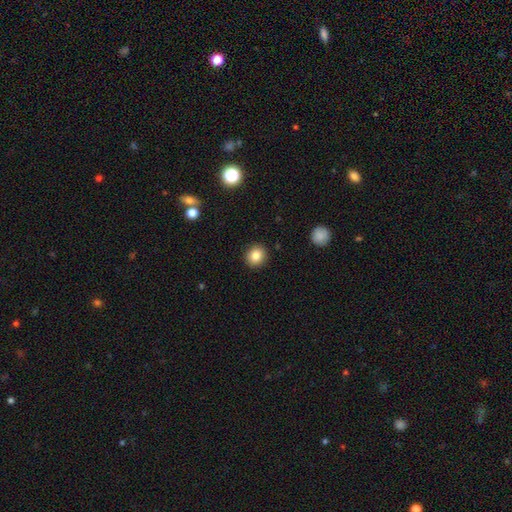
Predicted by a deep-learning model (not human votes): smooth-or-featured: smooth: 84% | star or artifact: 10% | featured or disk: 6%
  how-rounded: round: 86% | in between: 13% | cigar-shaped: 1%
  merging: none: 92% | minor disturbance: 5% | major disturbance: 2% | merger: 1%